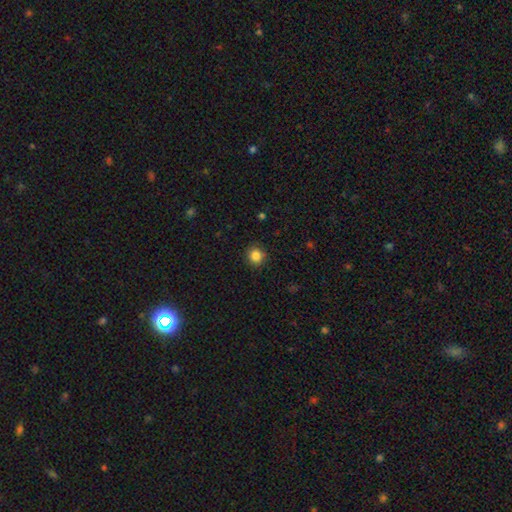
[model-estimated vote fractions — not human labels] smooth_or_featured: smooth (p=0.85) [alt: star or artifact p=0.11]
how_rounded: round (p=0.90) [alt: in between p=0.09]
merging: none (p=0.89) [alt: minor disturbance p=0.08]